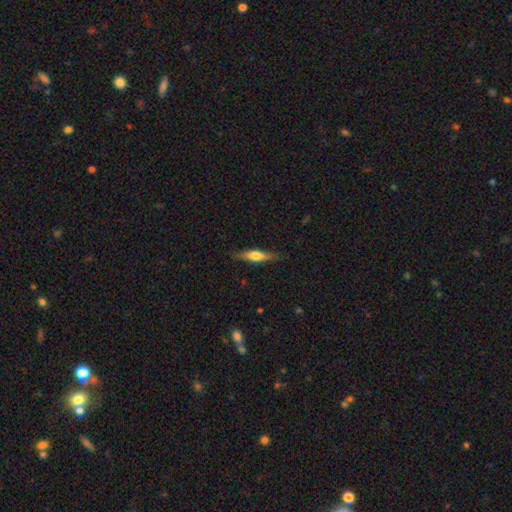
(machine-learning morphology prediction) featured or disk 49%, smooth 45%, star or artifact 6%. Down the decision tree: merging — none (85%).